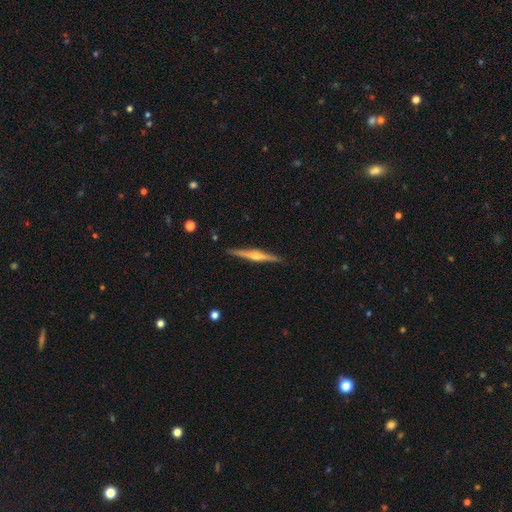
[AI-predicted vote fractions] A featured or disk galaxy (79%) viewed edge-on (98%) with a rounded central bulge (90%). Merging: none (91%).